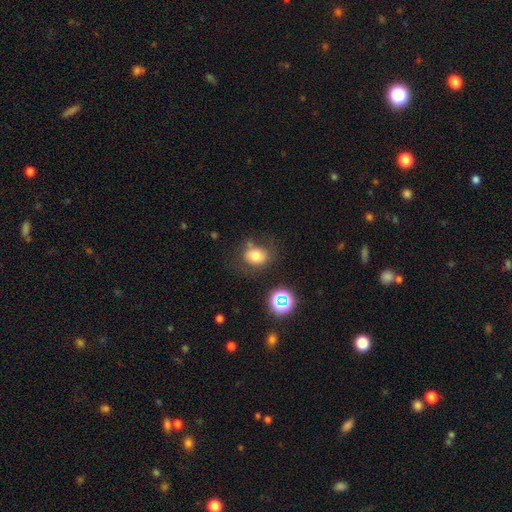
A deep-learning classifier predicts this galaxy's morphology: The model was most divided on "how rounded": round: 51%, in between: 48%, cigar-shaped: 1%. More confident: smooth or featured — smooth (73%); merging — none (63%).